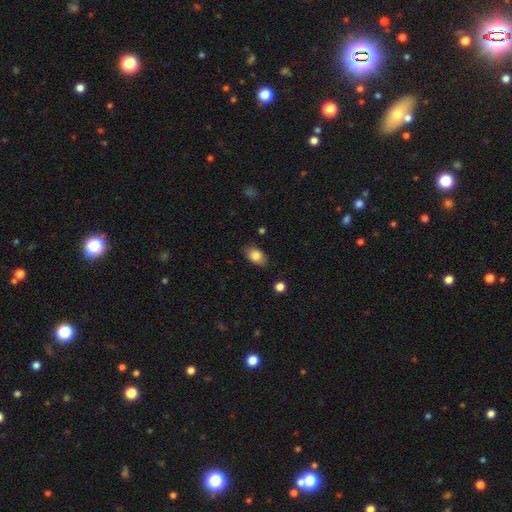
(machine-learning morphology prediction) This appears to be a smooth galaxy with no disk features (85%) that is in between round and cigar-shaped (84%). Merging: none (80%).